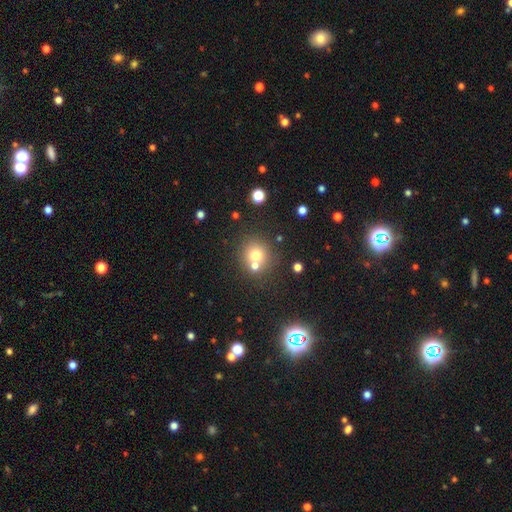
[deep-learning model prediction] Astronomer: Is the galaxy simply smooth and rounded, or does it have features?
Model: smooth — 70%.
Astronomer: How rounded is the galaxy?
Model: round — 89%.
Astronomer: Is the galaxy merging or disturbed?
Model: none — 60%.